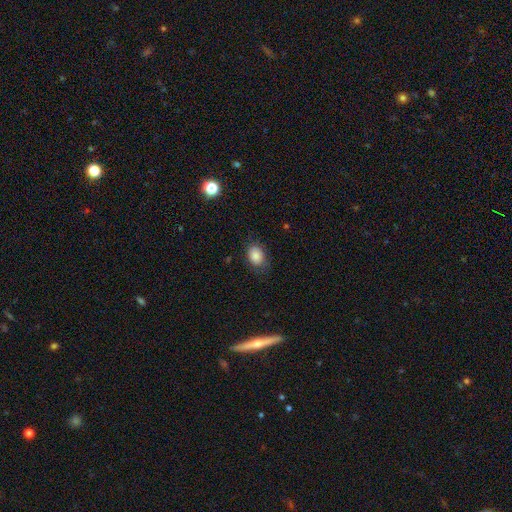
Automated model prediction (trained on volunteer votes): smooth 83%, star or artifact 9%, featured or disk 8%. Down the decision tree: how rounded — in between (66%); merging — none (75%).